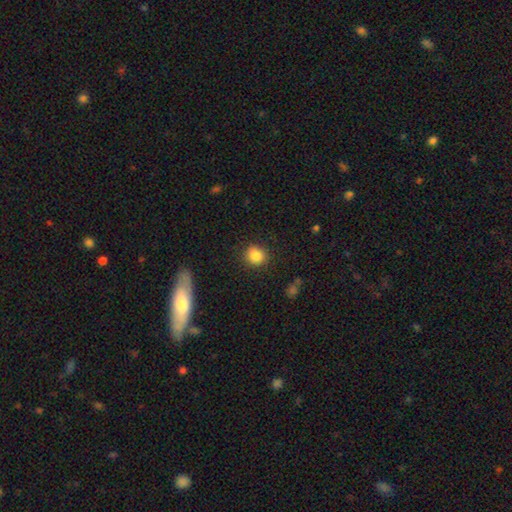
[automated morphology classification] Overall: smooth (85%). How rounded: round (85%). Merging: none (87%).